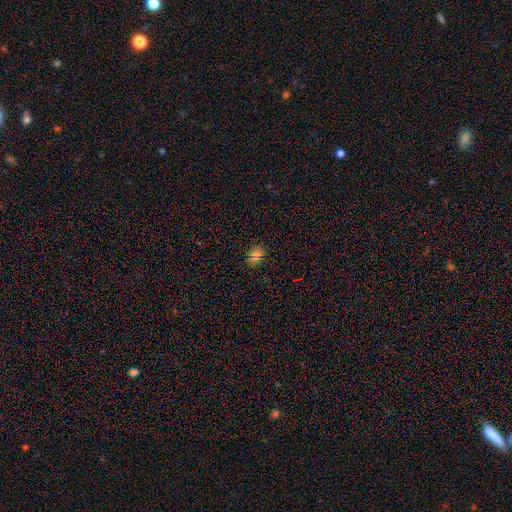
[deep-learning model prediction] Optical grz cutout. It shows a smooth galaxy with no disk features (67%) that is in between round and cigar-shaped (57%). Merging: none (87%).